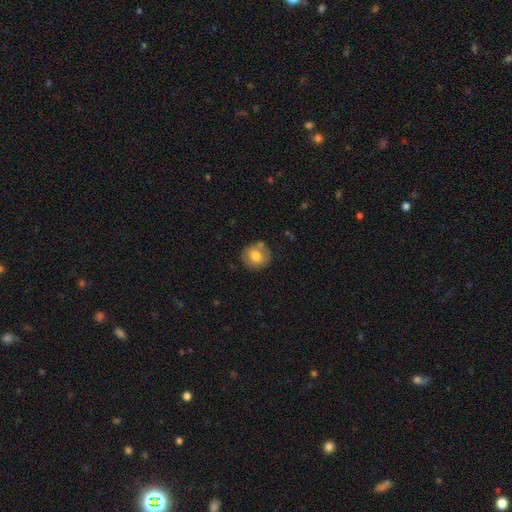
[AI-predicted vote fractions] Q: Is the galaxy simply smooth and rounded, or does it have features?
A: smooth — 70%.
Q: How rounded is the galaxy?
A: round — 84%.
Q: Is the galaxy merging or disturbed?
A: none — 74%.